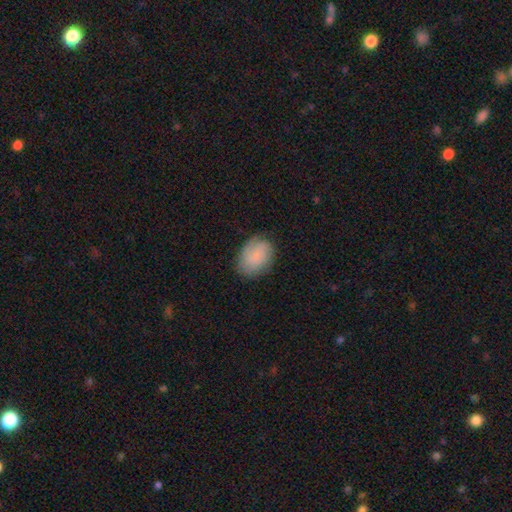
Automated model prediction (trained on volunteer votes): This appears to be a smooth galaxy with no disk features (77%) that is in between round and cigar-shaped (72%). Merging: none (75%).